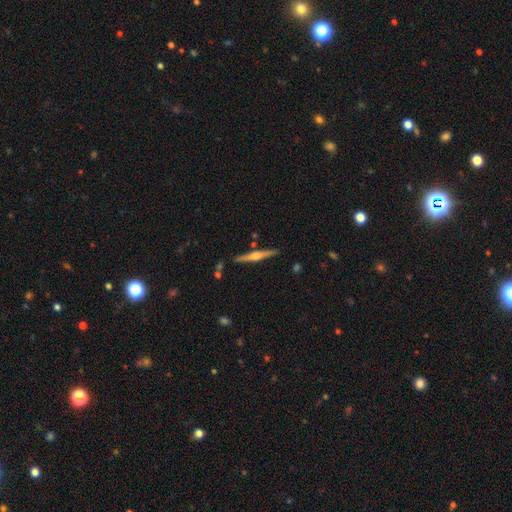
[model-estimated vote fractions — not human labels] Overall: featured or disk (71%). Edge-on disk: yes (98%). Edge-on bulge: rounded (83%). Merging: none (88%).